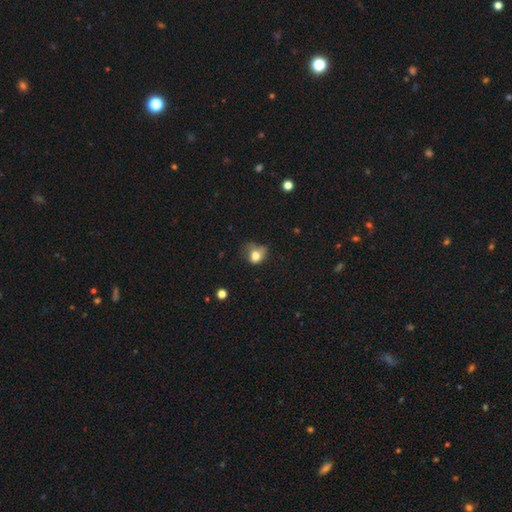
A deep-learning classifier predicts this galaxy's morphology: Q: Smooth or featured?
A: smooth (75%); runner-up: featured or disk (14%)
Q: How rounded?
A: round (56%); runner-up: in between (43%)
Q: Merging?
A: minor disturbance (35%); runner-up: none (32%)